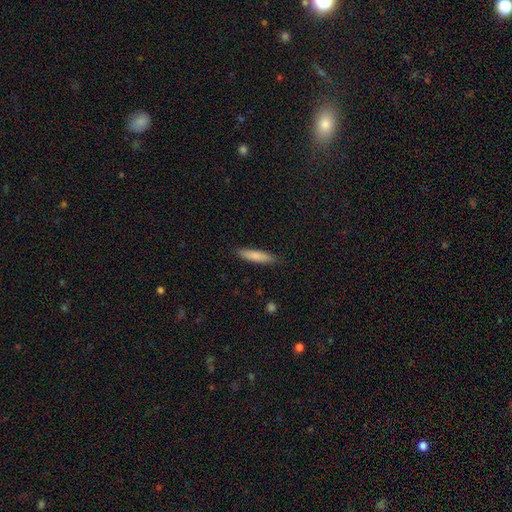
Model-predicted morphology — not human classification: smooth-or-featured: smooth: 82% | featured or disk: 12% | star or artifact: 6%
  how-rounded: cigar-shaped: 79% | in between: 20% | round: 1%
  merging: none: 85% | minor disturbance: 12% | major disturbance: 2% | merger: 1%